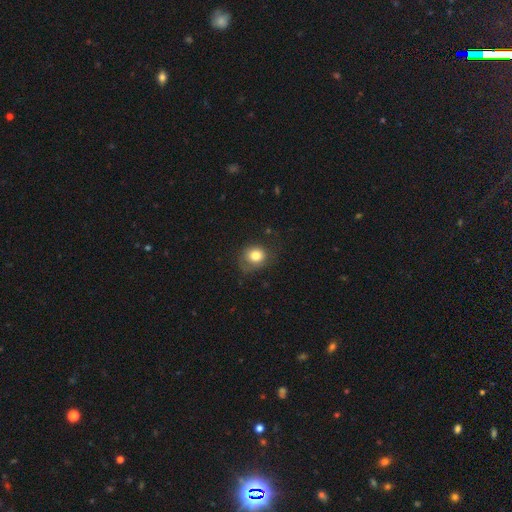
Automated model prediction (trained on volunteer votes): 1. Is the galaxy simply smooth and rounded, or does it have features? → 79% smooth, 11% featured or disk, 10% star or artifact.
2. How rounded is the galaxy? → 67% round, 32% in between, 1% cigar-shaped.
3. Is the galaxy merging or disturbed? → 59% none, 26% minor disturbance, 13% major disturbance, 2% merger.